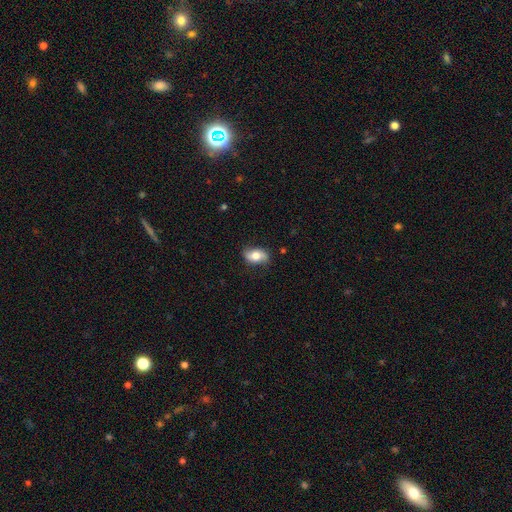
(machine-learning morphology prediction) smooth 59%, featured or disk 34%, star or artifact 8%. Down the decision tree: how rounded — in between (86%); merging — none (78%).